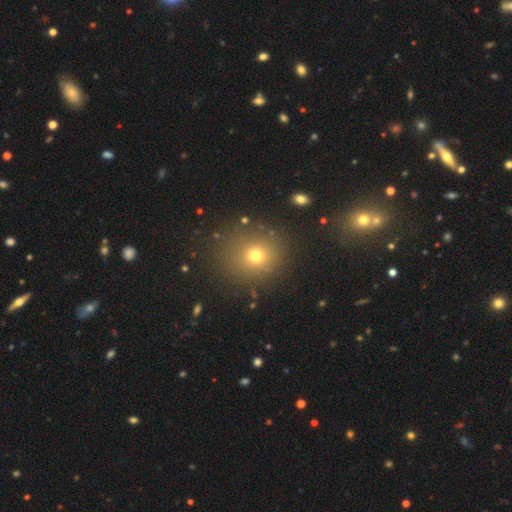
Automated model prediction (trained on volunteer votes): Smooth or featured? smooth (69%)
How rounded? round (78%)
Merging? none (83%)